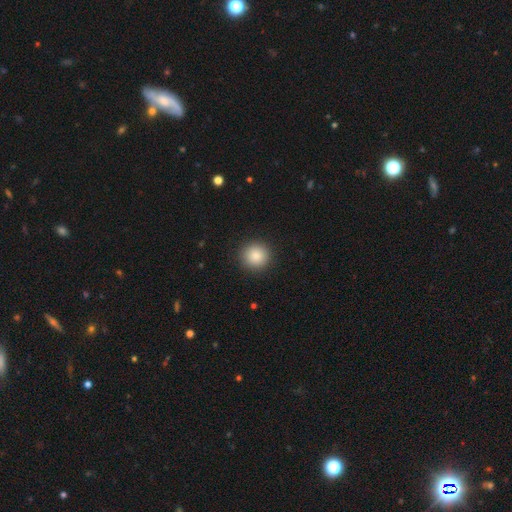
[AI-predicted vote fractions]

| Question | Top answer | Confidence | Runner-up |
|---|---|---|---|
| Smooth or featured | smooth | 86% | star or artifact (9%) |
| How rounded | round | 94% | in between (5%) |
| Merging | none | 92% | minor disturbance (5%) |